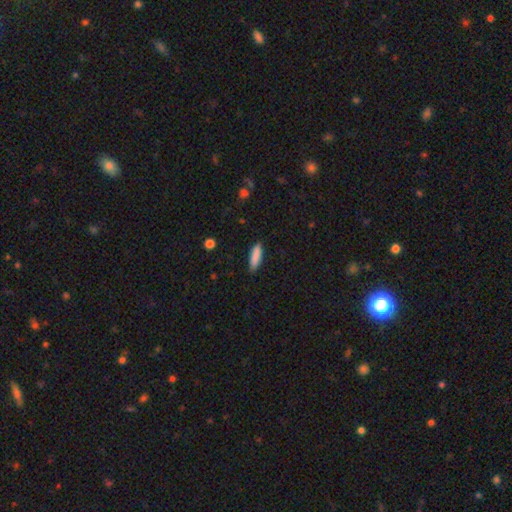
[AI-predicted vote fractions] Smooth or featured? Predicted: smooth (p=0.87). How rounded? Predicted: cigar-shaped (p=0.66). Merging? Predicted: none (p=0.88).